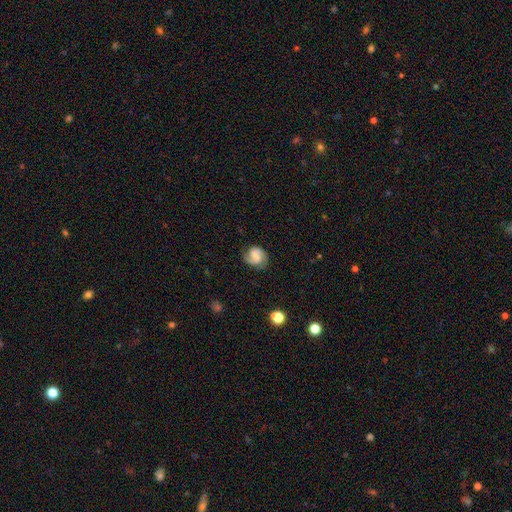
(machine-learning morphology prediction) type=featured or disk (66%); edge-on=no (98%); bar=weak (48%); spiral arms=yes (94%); winding=medium (46%); arm count=2 (77%); bulge=none (37%); merging=none (73%).